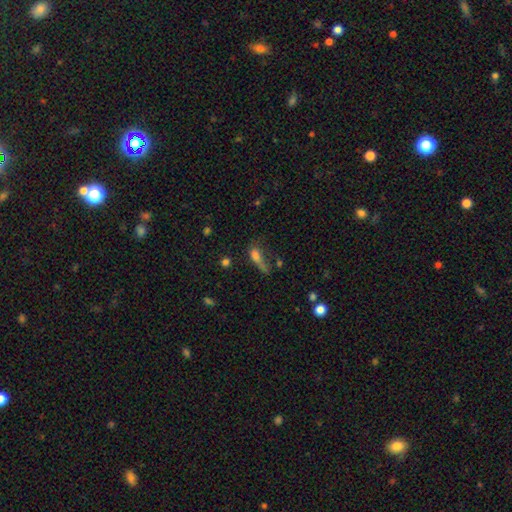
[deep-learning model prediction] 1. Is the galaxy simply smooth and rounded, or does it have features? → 64% smooth, 21% featured or disk, 15% star or artifact.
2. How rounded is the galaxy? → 49% in between, 41% cigar-shaped, 9% round.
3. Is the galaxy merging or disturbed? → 40% major disturbance, 28% none, 22% minor disturbance, 11% merger.